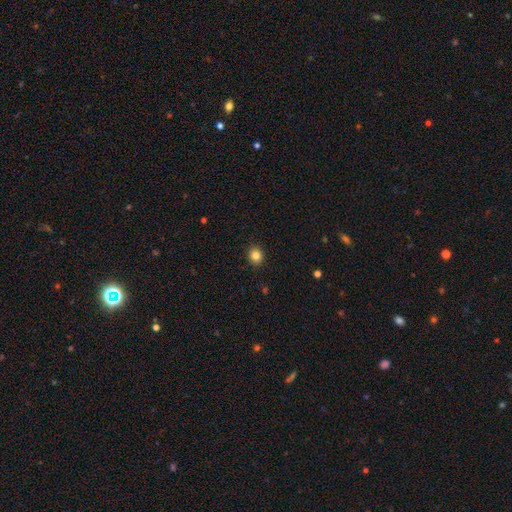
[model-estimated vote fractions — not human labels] smooth 83%, star or artifact 11%, featured or disk 5%. Down the decision tree: how rounded — round (78%); merging — none (91%).